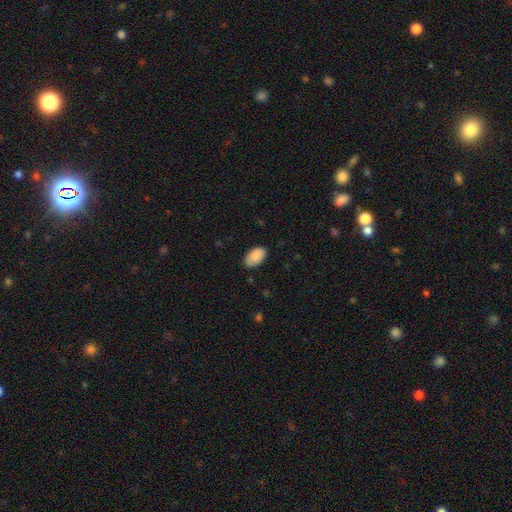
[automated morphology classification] smooth-or-featured: smooth: 85% | featured or disk: 9% | star or artifact: 6%
  how-rounded: in between: 94% | round: 5% | cigar-shaped: 1%
  merging: none: 80% | minor disturbance: 16% | major disturbance: 3% | merger: 1%